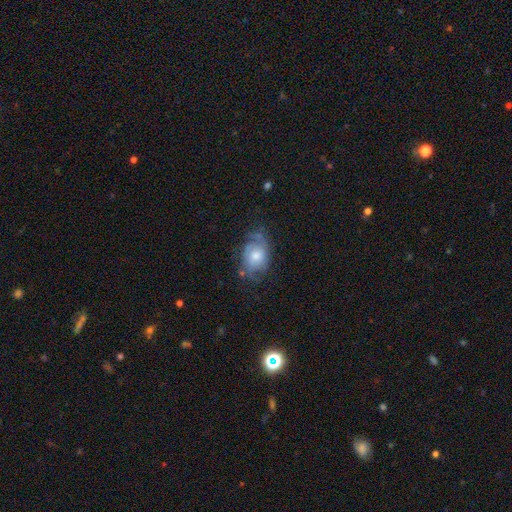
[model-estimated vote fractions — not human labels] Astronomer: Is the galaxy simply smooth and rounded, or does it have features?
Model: featured or disk — 58% (runner-up: smooth, 35%).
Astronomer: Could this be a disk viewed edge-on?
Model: no — 96%.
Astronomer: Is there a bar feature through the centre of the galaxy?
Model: no — 74%.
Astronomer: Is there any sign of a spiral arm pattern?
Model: yes — 80%.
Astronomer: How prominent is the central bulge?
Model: moderate — 58%.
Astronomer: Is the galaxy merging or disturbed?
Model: none — 52% (runner-up: minor disturbance, 29%).